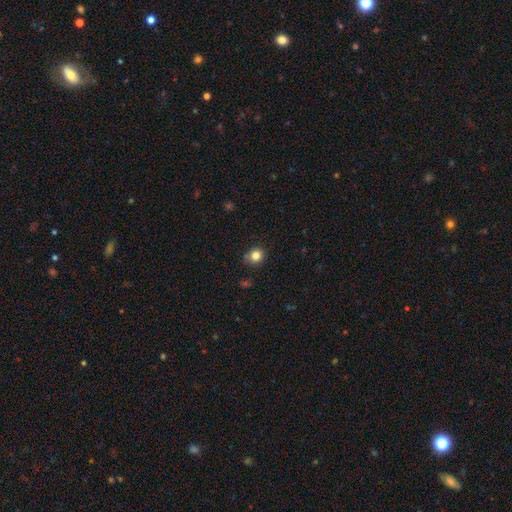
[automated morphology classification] Smooth or featured: smooth — 82% (star or artifact — 12%)
How rounded: round — 84% (in between — 15%)
Merging: none — 80% (minor disturbance — 15%)